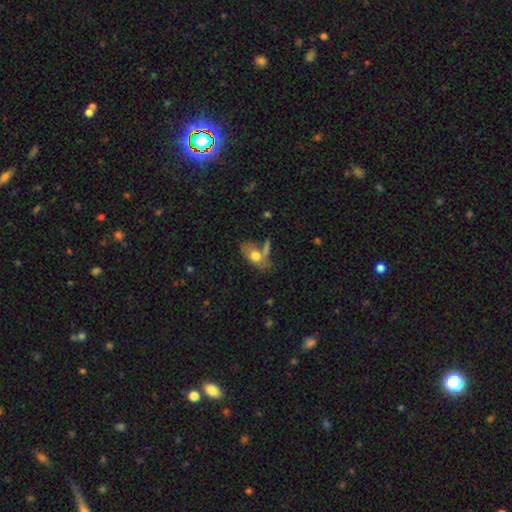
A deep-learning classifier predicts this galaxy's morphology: type=smooth (66%); roundness=in between (85%); merging=none (43%).